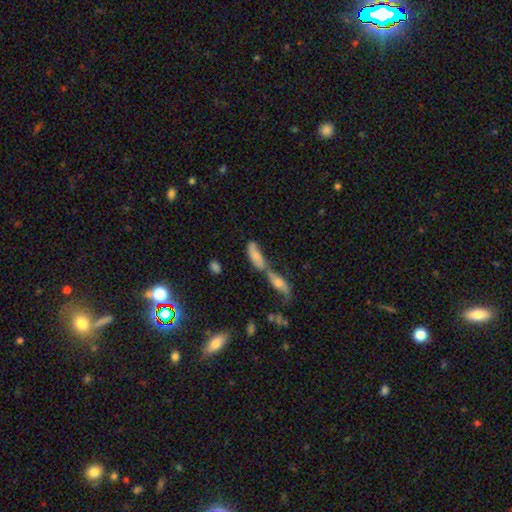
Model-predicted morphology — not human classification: The model was most divided on "how rounded": in between: 61%, cigar-shaped: 36%, round: 3%. More confident: smooth or featured — smooth (68%); merging — merger (67%).